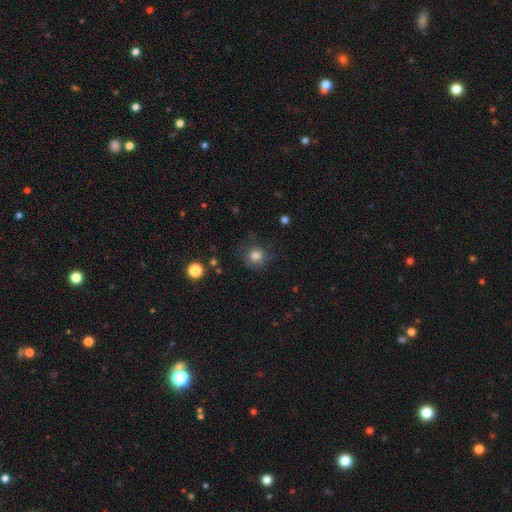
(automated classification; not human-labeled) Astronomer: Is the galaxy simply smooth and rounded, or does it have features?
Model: smooth — 81%.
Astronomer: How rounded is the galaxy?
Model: round — 84%.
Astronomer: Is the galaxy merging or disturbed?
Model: none — 72%.